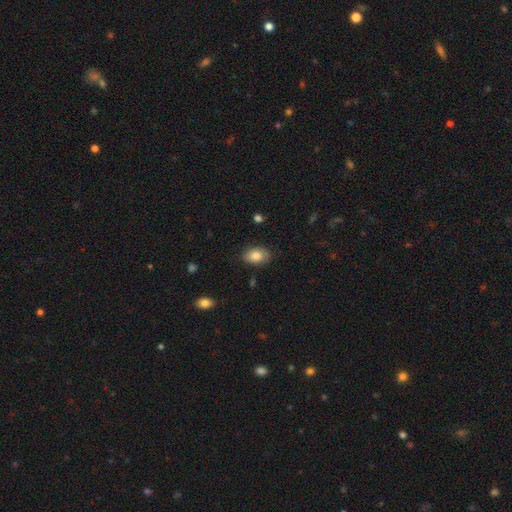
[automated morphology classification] type=smooth (83%); roundness=in between (86%); merging=none (81%).